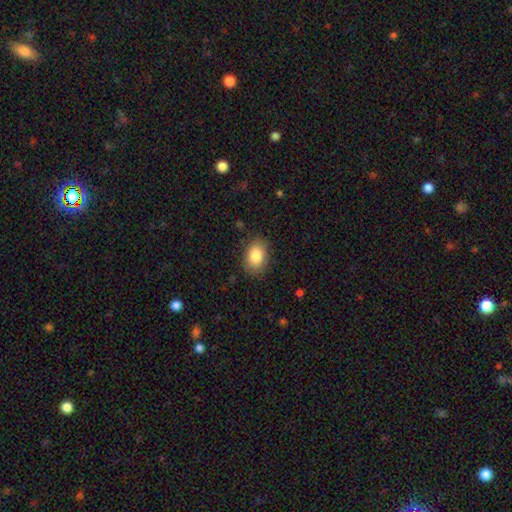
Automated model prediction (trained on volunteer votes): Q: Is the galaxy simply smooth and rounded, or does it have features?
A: smooth — 86%.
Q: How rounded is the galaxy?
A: in between — 81%.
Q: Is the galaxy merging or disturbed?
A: none — 84%.